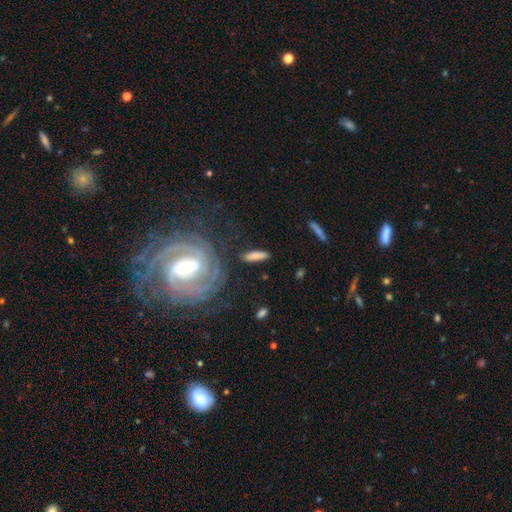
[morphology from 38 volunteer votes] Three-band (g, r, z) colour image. It shows a smooth galaxy with no disk features (74%) that is cigar-shaped (75%). Merging: none (77%).